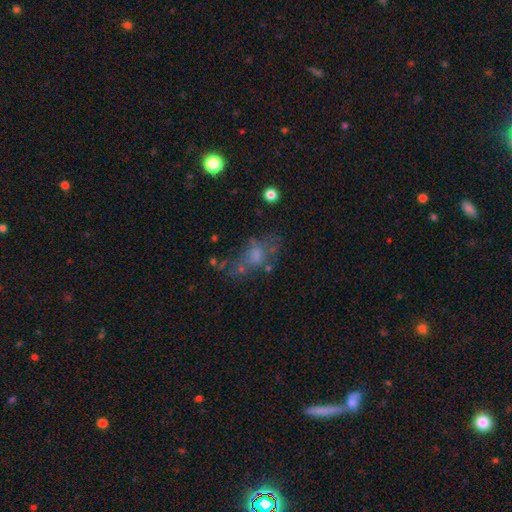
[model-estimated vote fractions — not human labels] Smooth or featured: featured or disk — 43% (smooth — 38%)
Merging: none — 41% (major disturbance — 28%)